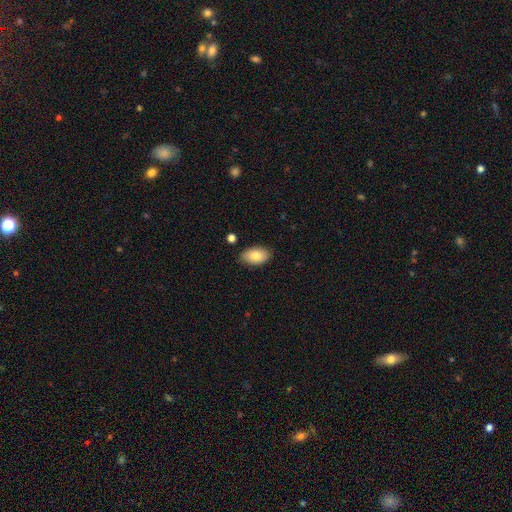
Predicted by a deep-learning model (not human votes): This is clearly a smooth galaxy (83%). How rounded: clearly in between (93%). Merging: clearly none (84%).